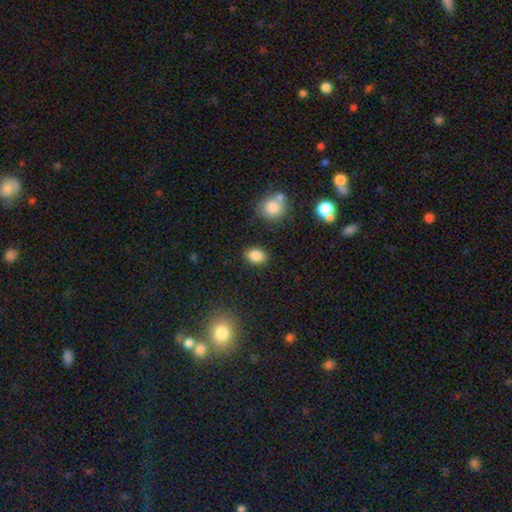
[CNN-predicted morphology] A smooth galaxy with no disk features (86%) that is in between round and cigar-shaped (80%).

Vote fractions:
- Smooth or featured? smooth: 86% / star or artifact: 9% / featured or disk: 5%
- How rounded? in between: 80% / round: 19% / cigar-shaped: 1%
- Merging? none: 86% / minor disturbance: 9% / major disturbance: 3% / merger: 2%